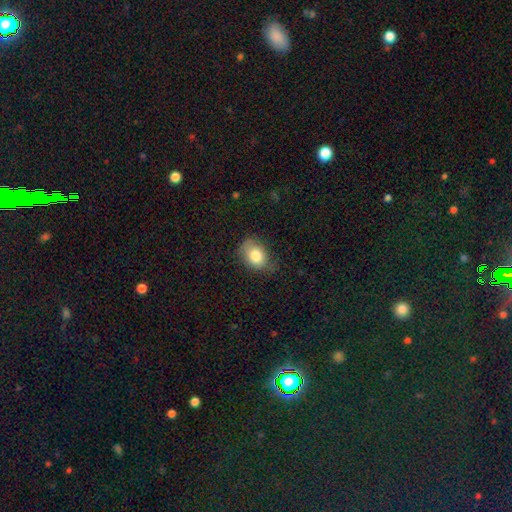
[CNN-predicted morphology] Q: Smooth or featured?
A: smooth (80%); runner-up: featured or disk (12%)
Q: How rounded?
A: in between (71%); runner-up: round (28%)
Q: Merging?
A: none (59%); runner-up: minor disturbance (31%)